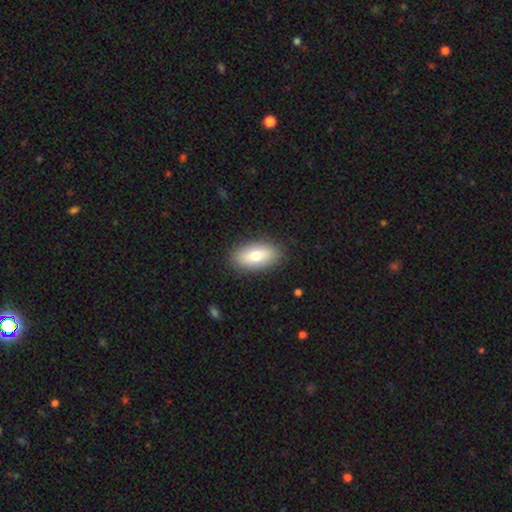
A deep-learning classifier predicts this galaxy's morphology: type=smooth (76%); roundness=in between (91%); merging=none (88%).